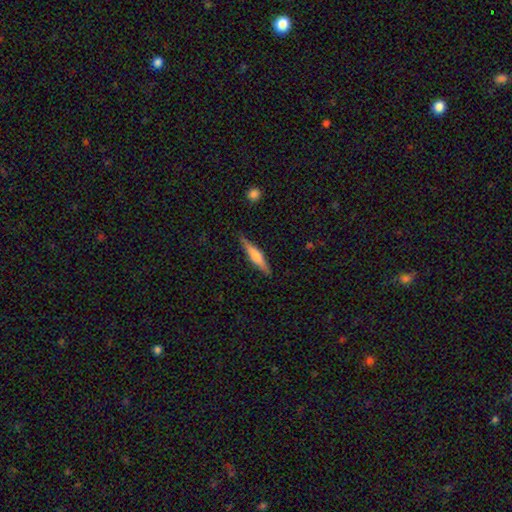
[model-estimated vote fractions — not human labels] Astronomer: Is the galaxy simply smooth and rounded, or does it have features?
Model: smooth — 49% (runner-up: featured or disk, 45%).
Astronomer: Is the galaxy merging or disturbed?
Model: none — 86%.